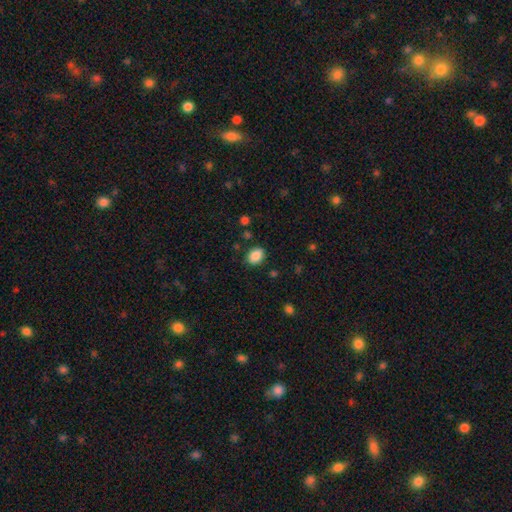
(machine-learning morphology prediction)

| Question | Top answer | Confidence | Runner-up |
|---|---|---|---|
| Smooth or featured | smooth | 87% | star or artifact (9%) |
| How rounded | in between | 61% | round (38%) |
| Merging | none | 84% | minor disturbance (11%) |